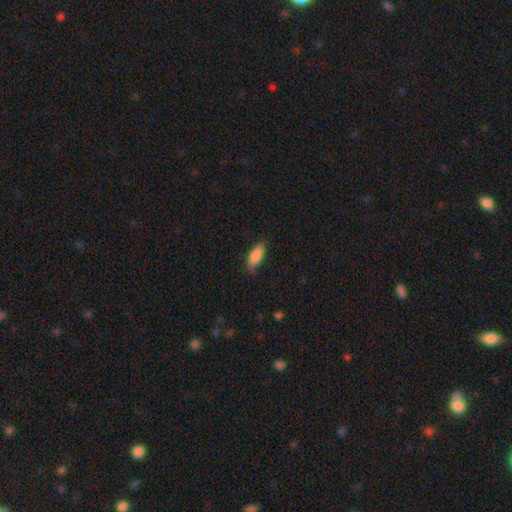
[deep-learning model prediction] Overall: smooth (88%). How rounded: in between (80%). Merging: none (76%).